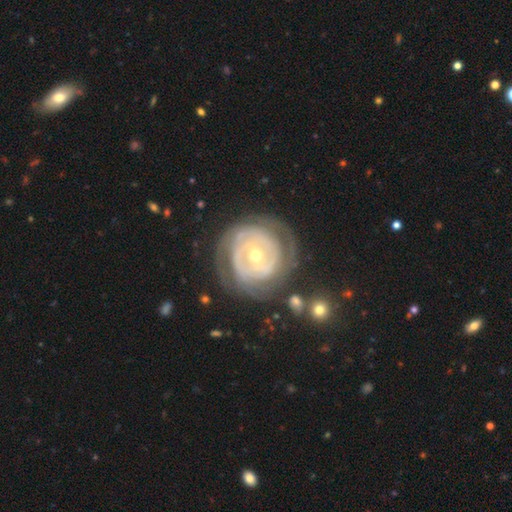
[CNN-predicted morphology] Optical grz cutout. It shows a featured or disk galaxy (83%) with no bar (51%), tight (77%) spiral arms (83%) and a moderate central bulge (51%). Merging: none (70%).